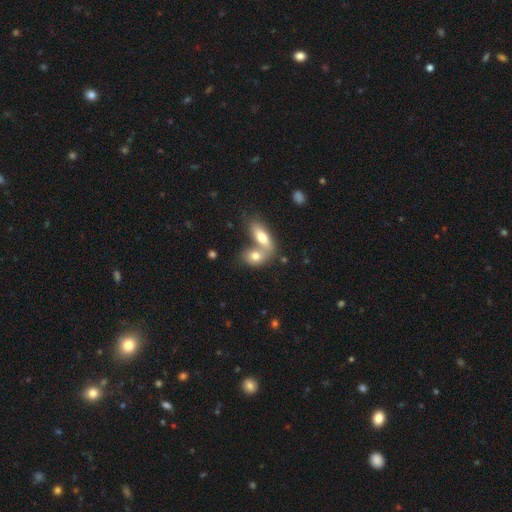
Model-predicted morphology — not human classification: smooth 56%, featured or disk 31%, star or artifact 13%. Down the decision tree: how rounded — in between (73%); merging — merger (57%).